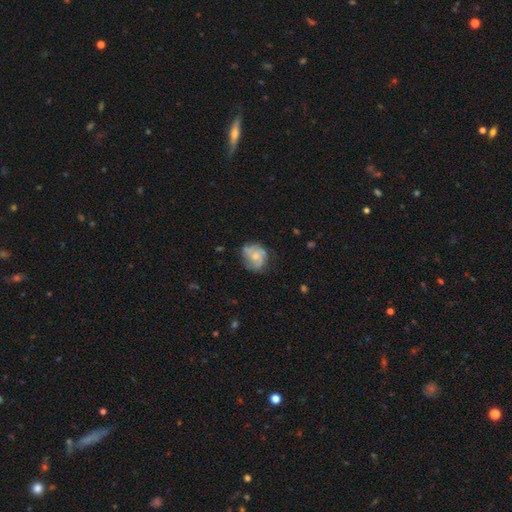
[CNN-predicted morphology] A featured or disk galaxy (64%) with no bar (75%), 3 (36%) medium (45%) spiral arms (87%) and a small central bulge (52%).

Vote fractions:
- Smooth or featured? featured or disk: 64% / smooth: 28% / star or artifact: 7%
- Edge-on disk? no: 98% / yes: 2%
- Bar? no: 75% / weak: 22% / strong: 3%
- Spiral arms? yes: 87% / no: 13%
- Spiral winding? medium: 45% / tight: 34% / loose: 21%
- Spiral arm count? 3: 36% / can't tell: 23% / 2: 23% / 4: 10% / 1: 4% / more than 4: 4%
- Bulge size? small: 52% / moderate: 41% / none: 4% / large: 2% / dominant: 1%
- Merging? none: 67% / minor disturbance: 23% / major disturbance: 9% / merger: 2%